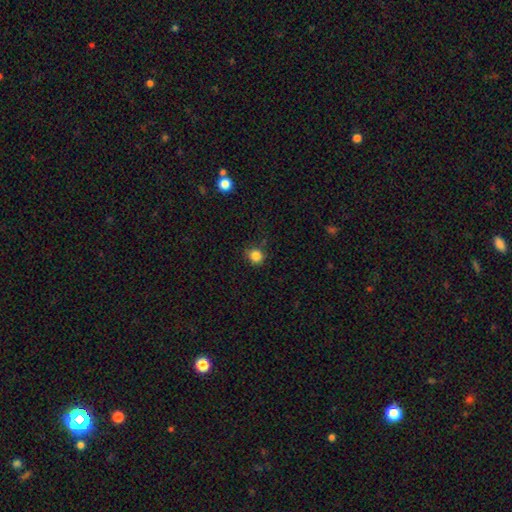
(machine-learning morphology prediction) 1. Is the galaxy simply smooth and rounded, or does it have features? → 84% smooth, 12% star or artifact, 4% featured or disk.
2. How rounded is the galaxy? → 83% round, 16% in between, 1% cigar-shaped.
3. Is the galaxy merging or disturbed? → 83% none, 13% minor disturbance, 3% major disturbance, 2% merger.